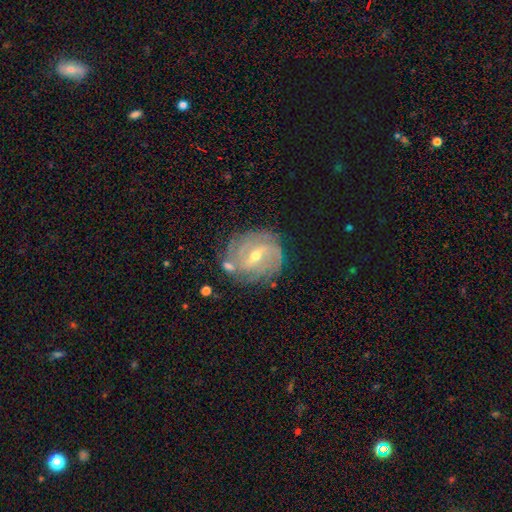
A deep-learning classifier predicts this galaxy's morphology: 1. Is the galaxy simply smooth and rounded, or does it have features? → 83% featured or disk, 10% smooth, 7% star or artifact.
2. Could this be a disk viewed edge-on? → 96% no, 4% yes.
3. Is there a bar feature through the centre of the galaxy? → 53% weak, 29% strong, 18% no.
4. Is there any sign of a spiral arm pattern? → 93% yes, 7% no.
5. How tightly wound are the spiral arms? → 61% tight, 30% medium, 9% loose.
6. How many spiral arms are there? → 34% can't tell, 22% 2, 19% 3, 14% 4, 6% more than 4, 5% 1.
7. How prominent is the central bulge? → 50% moderate, 47% small, 2% large, 1% none, 1% dominant.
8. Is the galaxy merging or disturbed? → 74% none, 16% minor disturbance, 6% major disturbance, 5% merger.